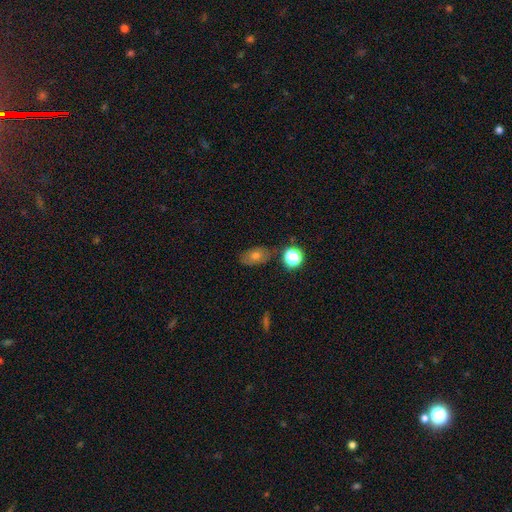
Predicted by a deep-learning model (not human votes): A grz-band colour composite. It shows a smooth galaxy with no disk features (64%) that is in between round and cigar-shaped (79%). Merging: none (75%).